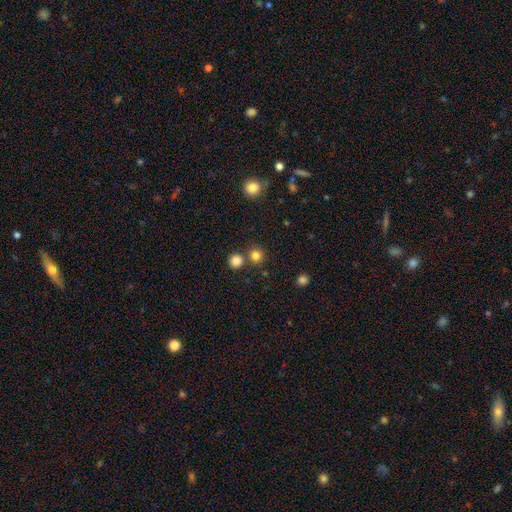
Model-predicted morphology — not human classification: Q: Smooth or featured?
A: smooth (82%); runner-up: star or artifact (14%)
Q: How rounded?
A: round (93%); runner-up: in between (6%)
Q: Merging?
A: none (76%); runner-up: merger (16%)